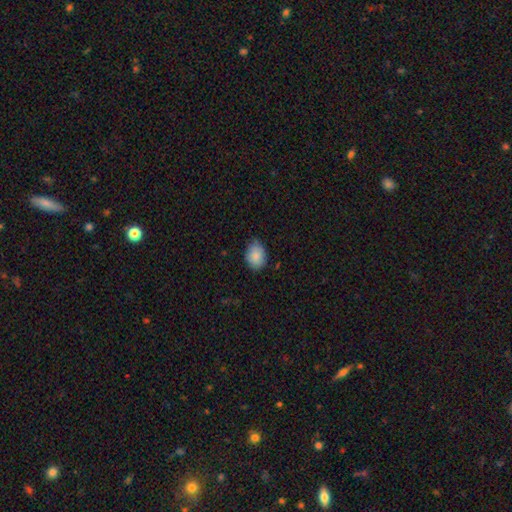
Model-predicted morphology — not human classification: This appears to be a smooth galaxy with no disk features (86%) that is in between round and cigar-shaped (69%). Merging: none (71%).